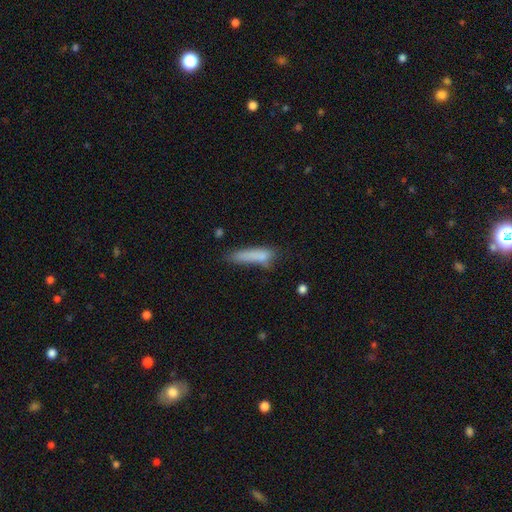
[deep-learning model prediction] Q: Smooth or featured?
A: smooth (77%); runner-up: featured or disk (14%)
Q: How rounded?
A: cigar-shaped (79%); runner-up: in between (19%)
Q: Merging?
A: none (51%); runner-up: minor disturbance (28%)